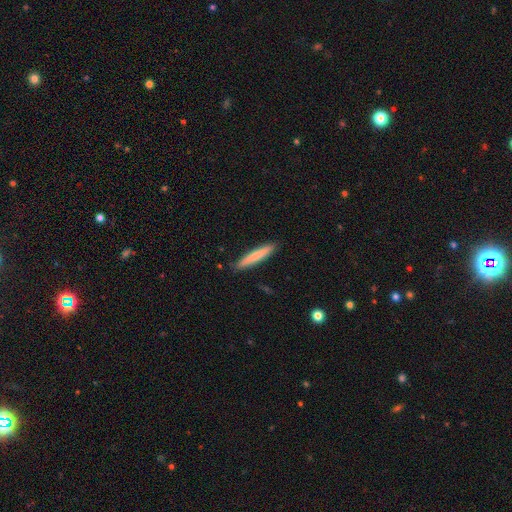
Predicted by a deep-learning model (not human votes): A smooth galaxy with no disk features (73%) that is cigar-shaped (93%). Merging: none (90%).